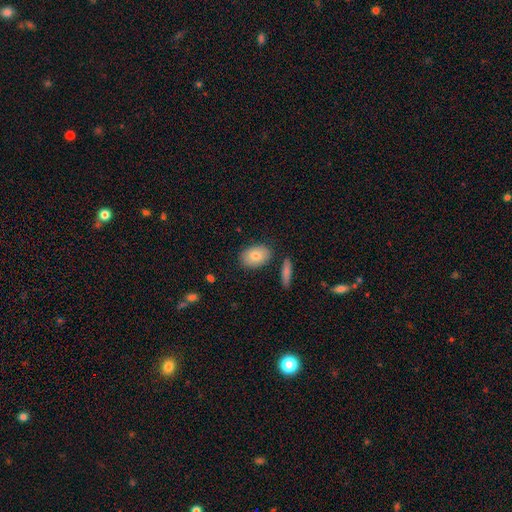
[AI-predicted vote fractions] The model was most divided on "smooth or featured": smooth: 79%, featured or disk: 14%, star or artifact: 7%. More confident: how rounded — in between (85%); merging — none (82%).